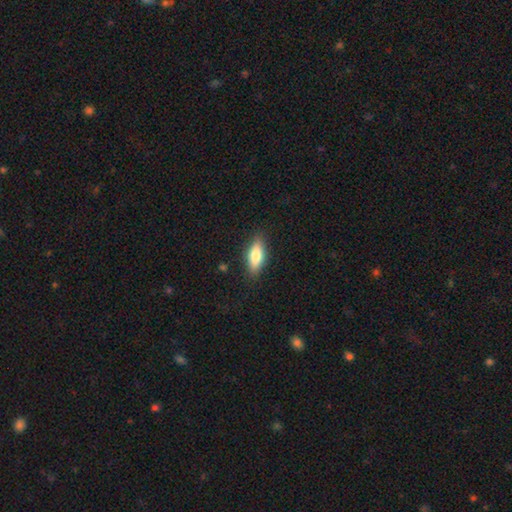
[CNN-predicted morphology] smooth-or-featured: smooth: 74% | featured or disk: 20% | star or artifact: 7%
  how-rounded: in between: 69% | cigar-shaped: 28% | round: 3%
  merging: none: 85% | minor disturbance: 11% | major disturbance: 3% | merger: 1%